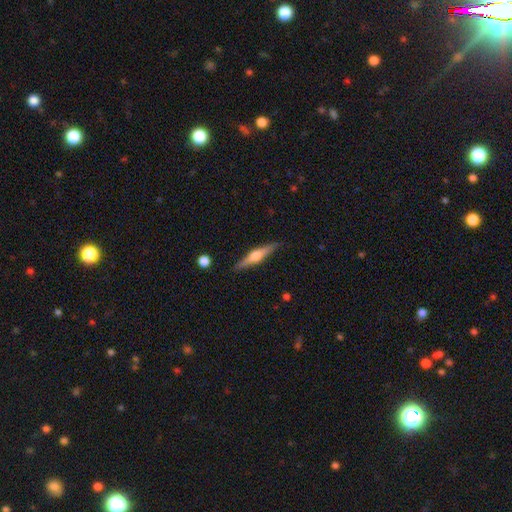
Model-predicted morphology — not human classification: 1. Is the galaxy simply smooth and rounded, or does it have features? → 68% featured or disk, 26% smooth, 6% star or artifact.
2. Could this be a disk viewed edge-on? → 97% yes, 3% no.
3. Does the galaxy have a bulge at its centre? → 92% rounded, 5% boxy, 3% none.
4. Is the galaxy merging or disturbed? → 89% none, 8% minor disturbance, 2% major disturbance, 1% merger.